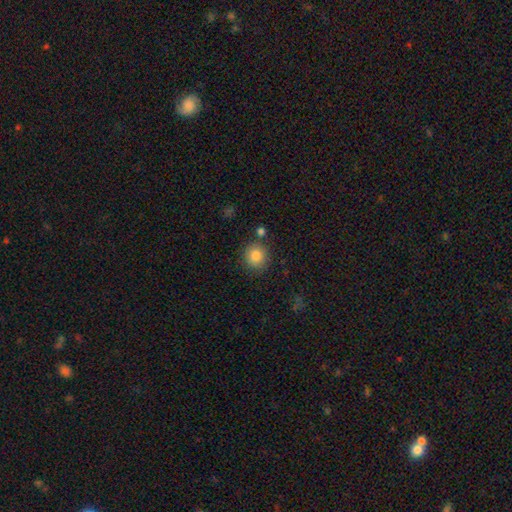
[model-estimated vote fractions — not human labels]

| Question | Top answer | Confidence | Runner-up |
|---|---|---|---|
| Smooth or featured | smooth | 85% | star or artifact (9%) |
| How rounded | round | 87% | in between (12%) |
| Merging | none | 83% | minor disturbance (9%) |